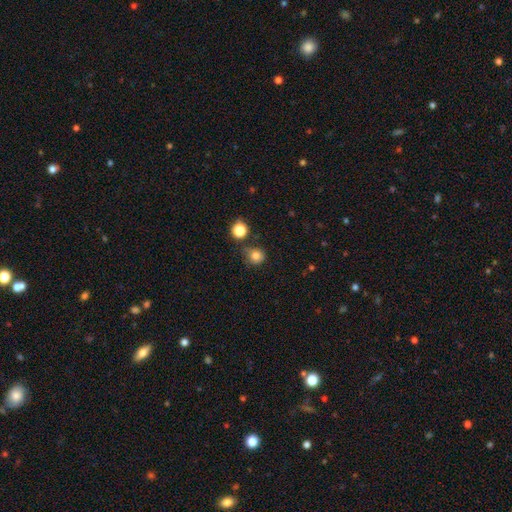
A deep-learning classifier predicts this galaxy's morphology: A smooth galaxy with no disk features (80%) that is round (86%). Merging: none (68%).